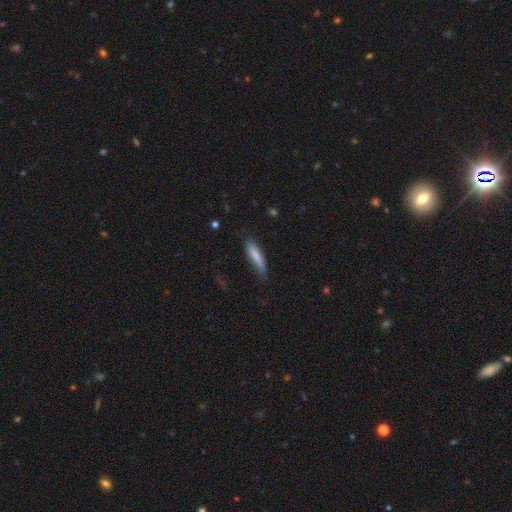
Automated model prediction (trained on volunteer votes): Q: Smooth or featured?
A: smooth (79%); runner-up: featured or disk (15%)
Q: How rounded?
A: cigar-shaped (81%); runner-up: in between (17%)
Q: Merging?
A: none (71%); runner-up: minor disturbance (22%)